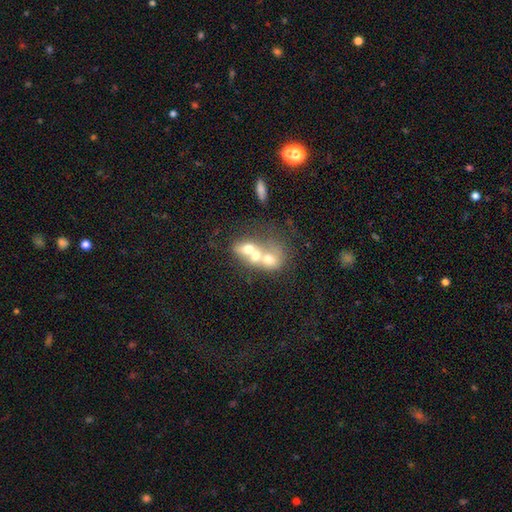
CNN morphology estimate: Smooth or featured? Predicted: smooth (p=0.56). How rounded? Predicted: in between (p=0.50). Merging? Predicted: merger (p=0.76).